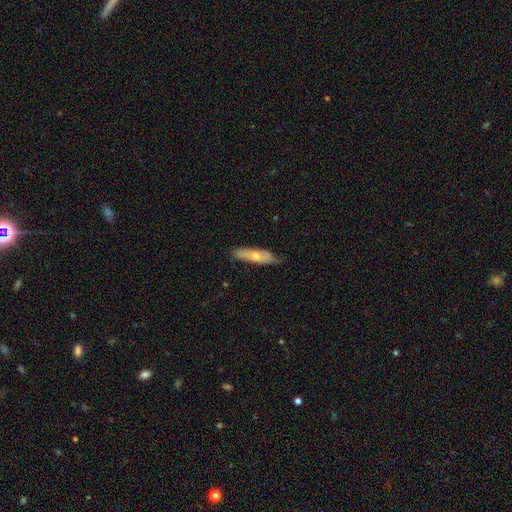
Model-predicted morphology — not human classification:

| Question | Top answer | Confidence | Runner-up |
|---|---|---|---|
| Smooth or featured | smooth | 51% | featured or disk (42%) |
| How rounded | cigar-shaped | 69% | in between (29%) |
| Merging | none | 78% | minor disturbance (18%) |